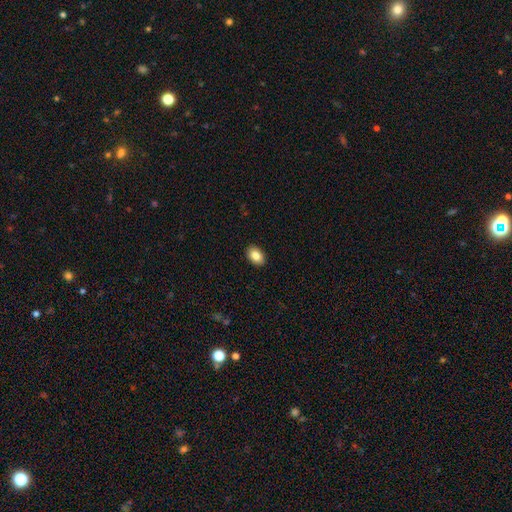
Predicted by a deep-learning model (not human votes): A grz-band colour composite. It shows a smooth galaxy with no disk features (85%) that is in between round and cigar-shaped (85%). Merging: none (91%).